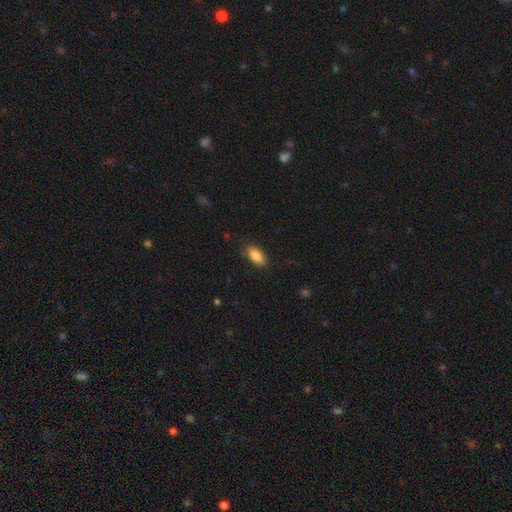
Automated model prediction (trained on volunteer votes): Smooth or featured?
  - smooth: 86% *
  - star or artifact: 7%
  - featured or disk: 7%
How rounded?
  - in between: 89% *
  - cigar-shaped: 8%
  - round: 3%
Merging?
  - none: 83% *
  - minor disturbance: 13%
  - major disturbance: 3%
  - merger: 1%